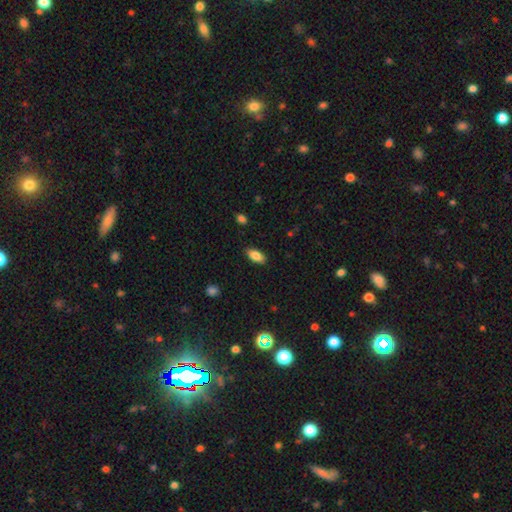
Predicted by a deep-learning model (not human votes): This appears to be a smooth galaxy with no disk features (84%) that is in between round and cigar-shaped (90%). Merging: none (87%).